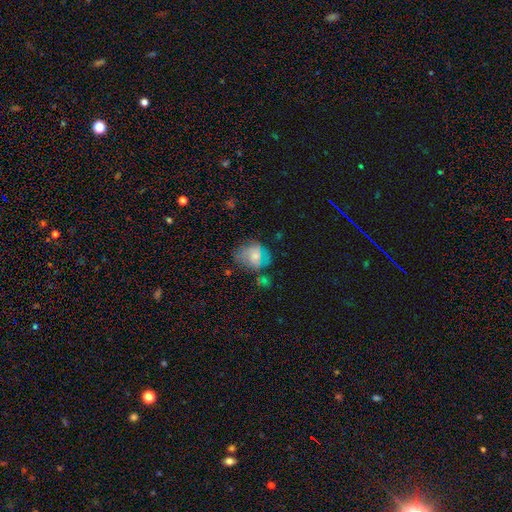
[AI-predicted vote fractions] Smooth or featured? Predicted: smooth (p=0.53). How rounded? Predicted: in between (p=0.53). Merging? Predicted: none (p=0.41).